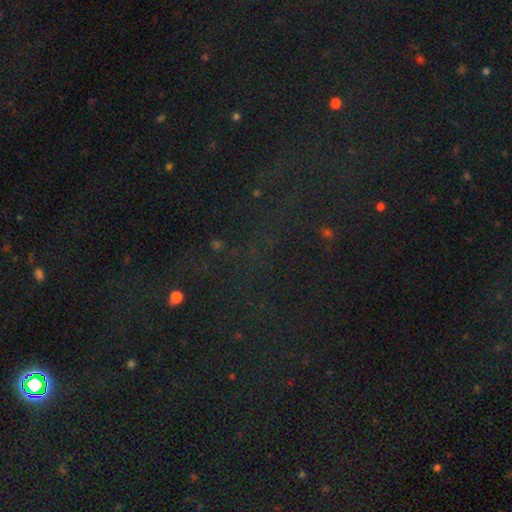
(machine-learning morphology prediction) Smooth or featured: star or artifact — 74% (smooth — 16%)